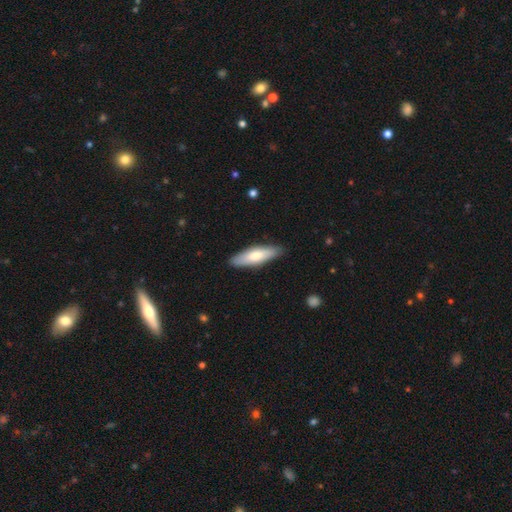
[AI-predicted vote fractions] This appears to be a smooth galaxy with no disk features (70%) that is cigar-shaped (55%). Merging: none (86%).